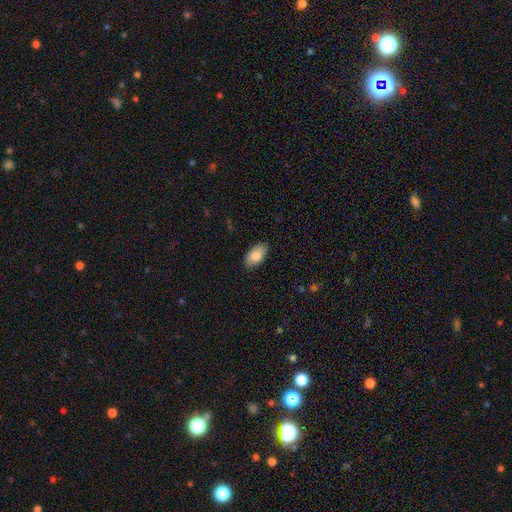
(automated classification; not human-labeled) Smooth or featured?
  - smooth: 81% *
  - featured or disk: 13%
  - star or artifact: 6%
How rounded?
  - in between: 94% *
  - round: 3%
  - cigar-shaped: 3%
Merging?
  - none: 87% *
  - minor disturbance: 10%
  - major disturbance: 2%
  - merger: 1%